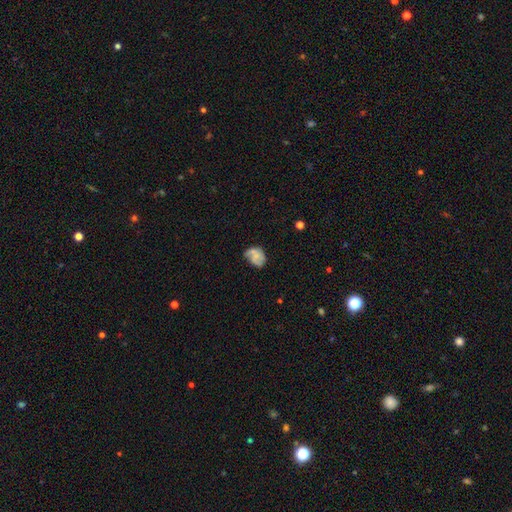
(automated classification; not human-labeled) Smooth or featured? Predicted: smooth (p=0.50). Merging? Predicted: none (p=0.39).